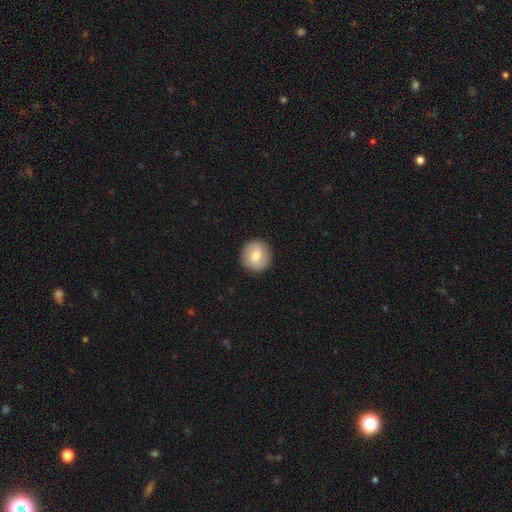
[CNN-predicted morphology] Smooth or featured: smooth — 75% (featured or disk — 18%)
How rounded: round — 92% (in between — 7%)
Merging: none — 90% (minor disturbance — 7%)